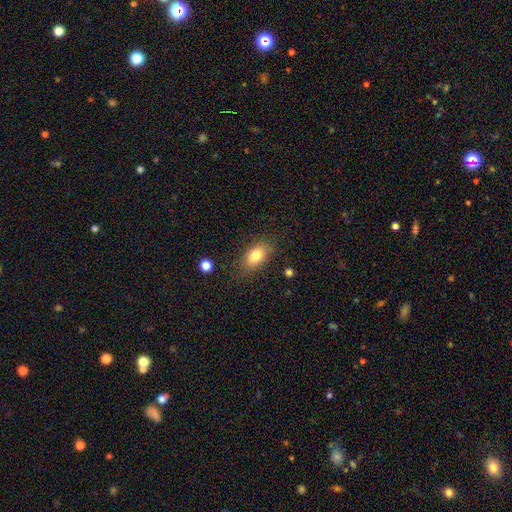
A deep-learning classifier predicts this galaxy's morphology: smooth-or-featured: smooth: 80% | featured or disk: 11% | star or artifact: 8%
  how-rounded: in between: 87% | round: 11% | cigar-shaped: 3%
  merging: none: 78% | minor disturbance: 15% | major disturbance: 5% | merger: 2%